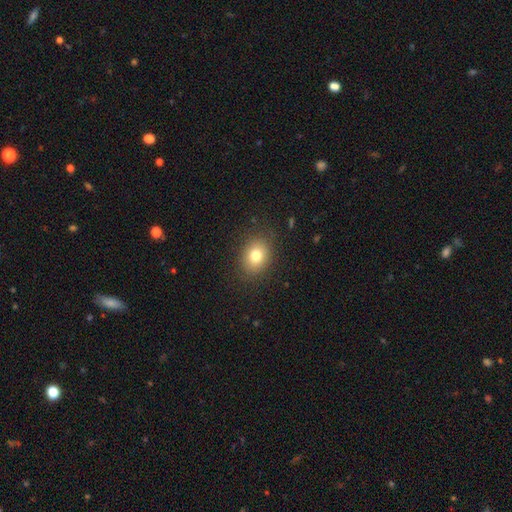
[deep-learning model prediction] This is likely a smooth galaxy (79%). How rounded: possibly in between (53%). Merging: clearly none (85%).